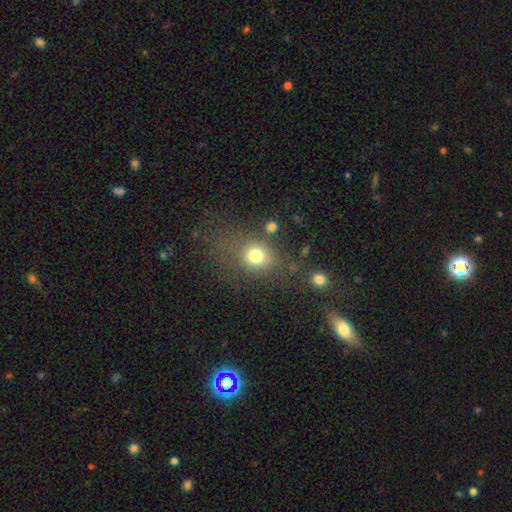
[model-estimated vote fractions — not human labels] Q: Smooth or featured?
A: smooth (76%); runner-up: star or artifact (15%)
Q: How rounded?
A: round (67%); runner-up: in between (32%)
Q: Merging?
A: none (63%); runner-up: minor disturbance (16%)